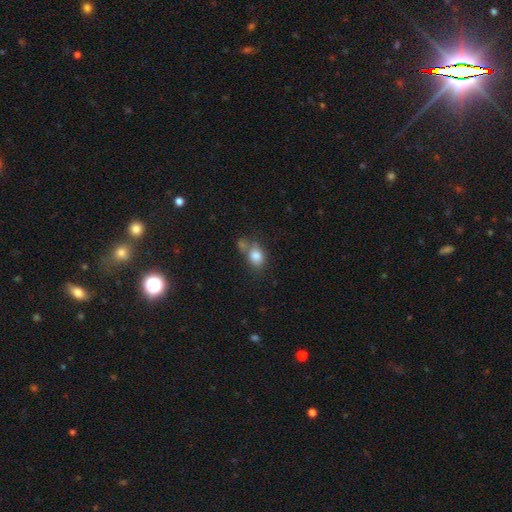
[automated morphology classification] A smooth galaxy with no disk features (82%) that is in between round and cigar-shaped (58%).

Vote fractions:
- Smooth or featured? smooth: 82% / star or artifact: 9% / featured or disk: 8%
- How rounded? in between: 58% / round: 41% / cigar-shaped: 1%
- Merging? none: 43% / merger: 32% / minor disturbance: 18% / major disturbance: 8%